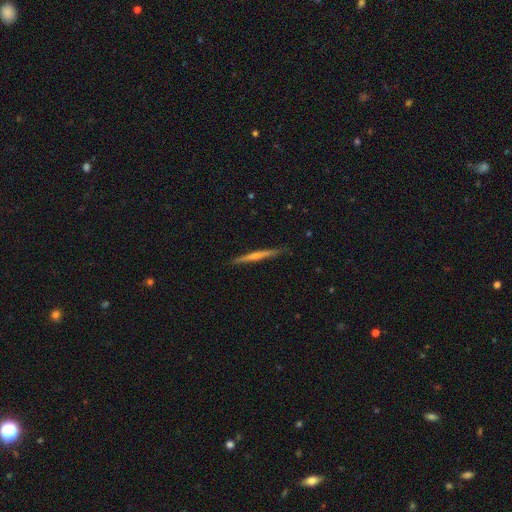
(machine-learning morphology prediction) Q: Smooth or featured?
A: featured or disk (61%); runner-up: smooth (33%)
Q: Edge-on disk?
A: yes (98%); runner-up: no (2%)
Q: Edge-on bulge?
A: rounded (57%); runner-up: none (38%)
Q: Merging?
A: none (88%); runner-up: minor disturbance (10%)